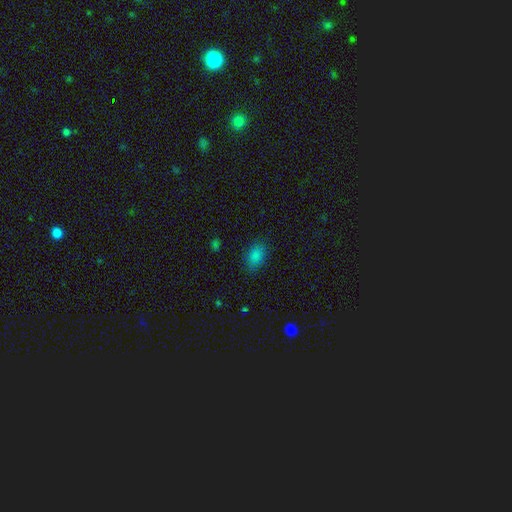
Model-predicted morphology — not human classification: A smooth galaxy with no disk features (85%) that is in between round and cigar-shaped (85%). Merging: none (84%).